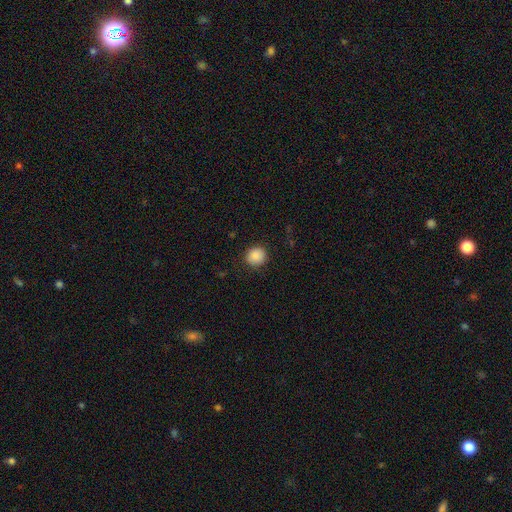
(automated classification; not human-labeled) Q: Smooth or featured?
A: smooth (88%); runner-up: star or artifact (9%)
Q: How rounded?
A: round (88%); runner-up: in between (12%)
Q: Merging?
A: none (88%); runner-up: minor disturbance (8%)